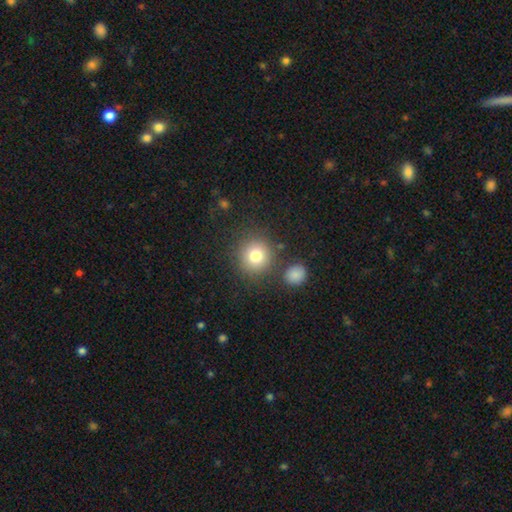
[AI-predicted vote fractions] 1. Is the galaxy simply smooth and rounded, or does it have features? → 79% smooth, 12% star or artifact, 9% featured or disk.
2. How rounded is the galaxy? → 92% round, 7% in between, 1% cigar-shaped.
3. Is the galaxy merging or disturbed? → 81% none, 8% minor disturbance, 7% merger, 4% major disturbance.